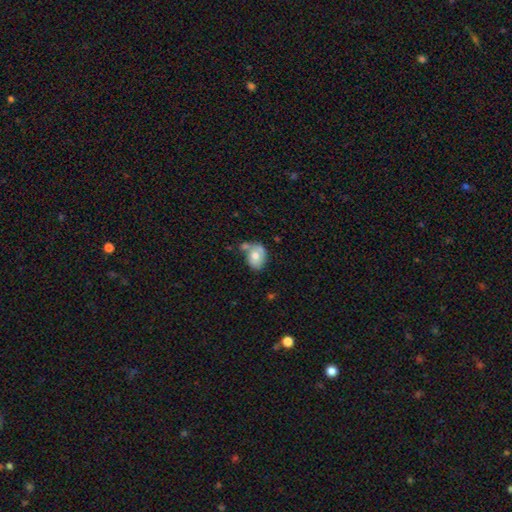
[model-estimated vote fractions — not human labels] A smooth galaxy with no disk features (68%) that is in between round and cigar-shaped (63%).

Vote fractions:
- Smooth or featured? smooth: 68% / featured or disk: 24% / star or artifact: 8%
- How rounded? in between: 63% / round: 36% / cigar-shaped: 1%
- Merging? none: 35% / merger: 30% / minor disturbance: 24% / major disturbance: 11%